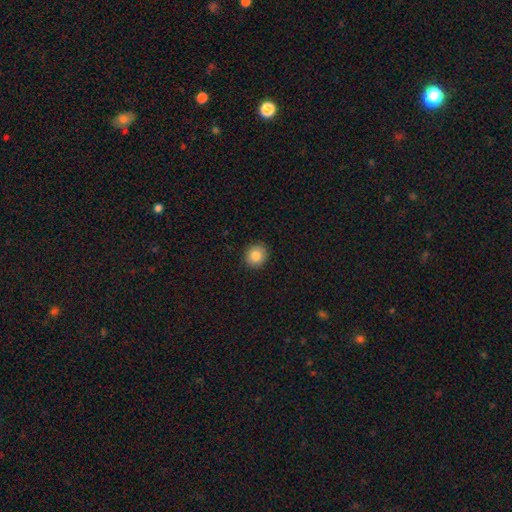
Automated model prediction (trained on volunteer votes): This appears to be a smooth galaxy with no disk features (84%) that is round (86%). Merging: none (91%).